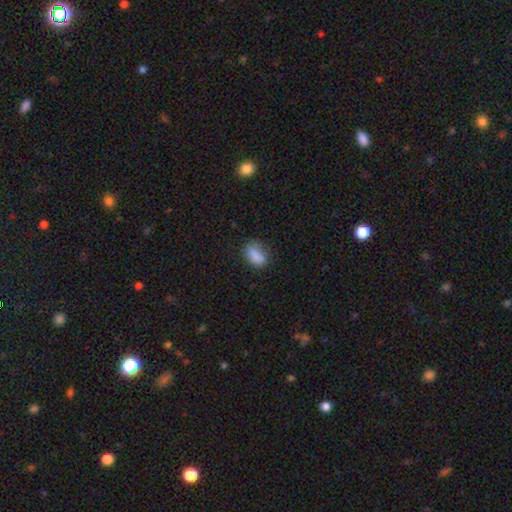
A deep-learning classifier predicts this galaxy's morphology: Smooth or featured? Predicted: smooth (p=0.85). How rounded? Predicted: in between (p=0.84). Merging? Predicted: none (p=0.66).